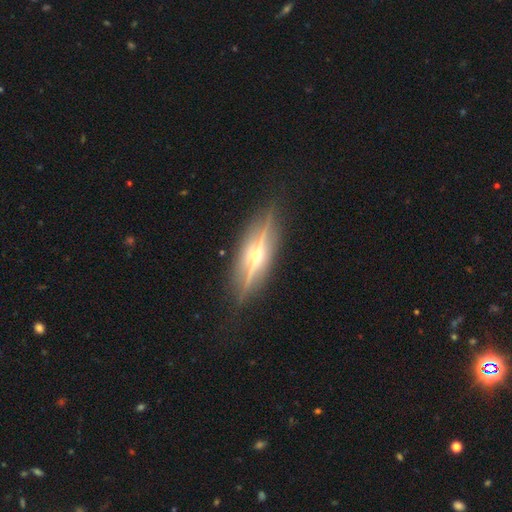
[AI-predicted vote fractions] A featured or disk galaxy (82%) viewed edge-on (94%) with a rounded central bulge (94%).

Vote fractions:
- Smooth or featured? featured or disk: 82% / smooth: 12% / star or artifact: 7%
- Edge-on disk? yes: 94% / no: 6%
- Edge-on bulge? rounded: 94% / none: 3% / boxy: 3%
- Merging? none: 85% / minor disturbance: 11% / major disturbance: 3% / merger: 1%